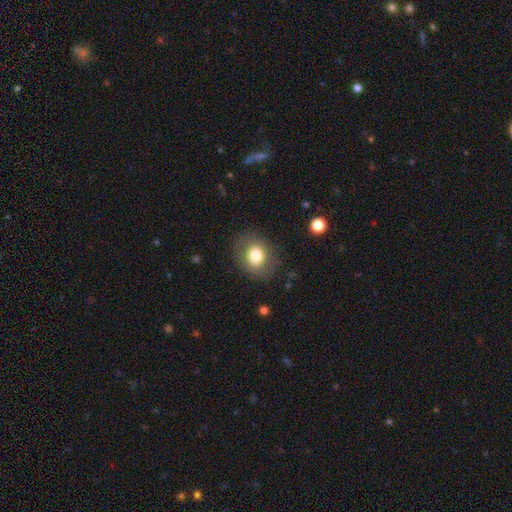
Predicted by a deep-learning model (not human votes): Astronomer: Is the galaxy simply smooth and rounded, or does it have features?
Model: smooth — 75%.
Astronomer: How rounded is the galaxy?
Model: round — 51% (runner-up: in between, 48%).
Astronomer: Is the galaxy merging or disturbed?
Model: none — 82%.